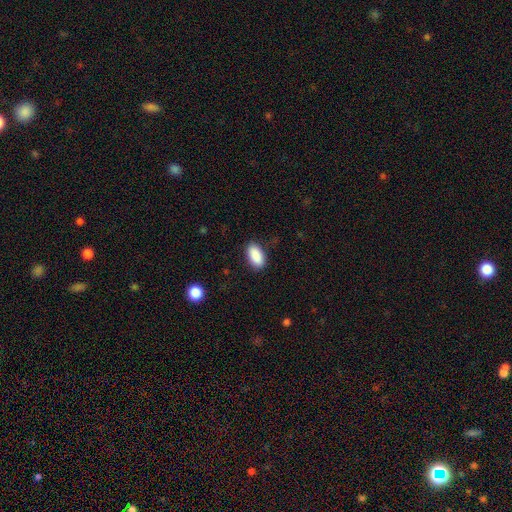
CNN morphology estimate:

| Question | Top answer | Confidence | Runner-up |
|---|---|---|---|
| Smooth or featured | smooth | 90% | star or artifact (7%) |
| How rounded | in between | 93% | cigar-shaped (3%) |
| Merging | none | 86% | minor disturbance (10%) |